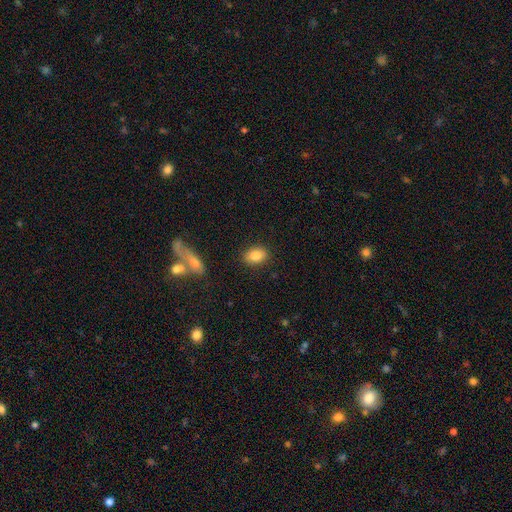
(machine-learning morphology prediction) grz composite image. It shows a smooth galaxy with no disk features (86%) that is in between round and cigar-shaped (82%). Merging: none (86%).